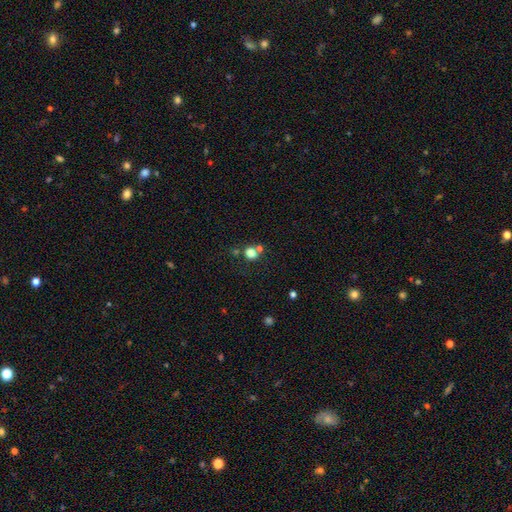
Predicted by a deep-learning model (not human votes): Q: Smooth or featured?
A: smooth (50%); runner-up: star or artifact (38%)
Q: How rounded?
A: round (81%); runner-up: in between (17%)
Q: Merging?
A: none (58%); runner-up: merger (25%)